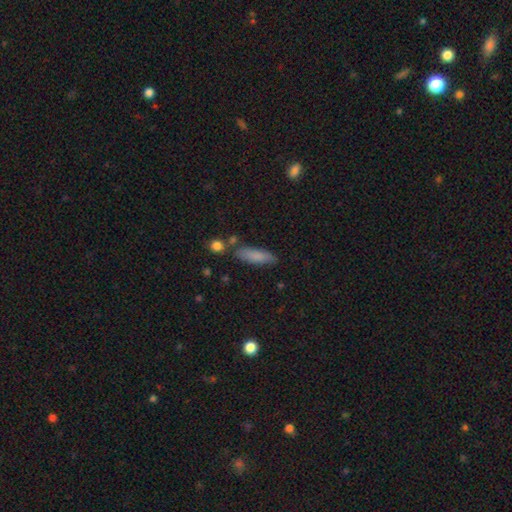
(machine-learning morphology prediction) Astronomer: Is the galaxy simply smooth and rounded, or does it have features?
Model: smooth — 81%.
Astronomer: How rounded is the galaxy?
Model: cigar-shaped — 59% (runner-up: in between, 39%).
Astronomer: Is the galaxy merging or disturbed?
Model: none — 77%.